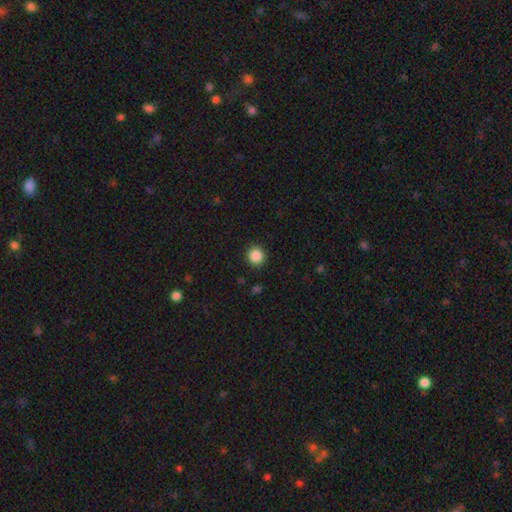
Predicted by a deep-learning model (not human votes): smooth 87%, star or artifact 10%, featured or disk 3%. Down the decision tree: how rounded — round (93%); merging — none (91%).